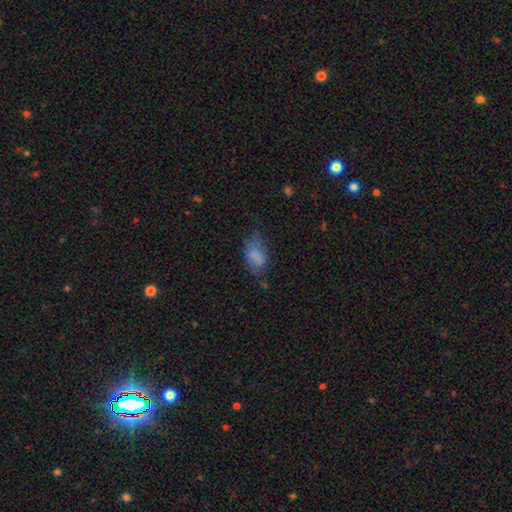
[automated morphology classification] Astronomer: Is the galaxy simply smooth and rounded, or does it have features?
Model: smooth — 74%.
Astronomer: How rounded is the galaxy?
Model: in between — 91%.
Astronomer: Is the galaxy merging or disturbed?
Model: none — 41% (runner-up: minor disturbance, 33%).